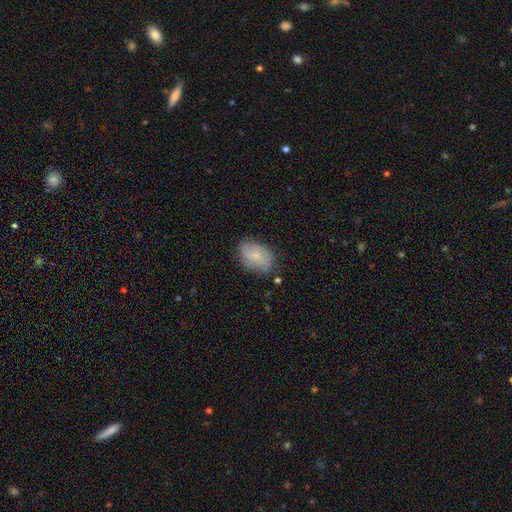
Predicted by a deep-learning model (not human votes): Q: Smooth or featured?
A: smooth (58%); runner-up: featured or disk (34%)
Q: How rounded?
A: in between (85%); runner-up: round (13%)
Q: Merging?
A: none (69%); runner-up: minor disturbance (23%)